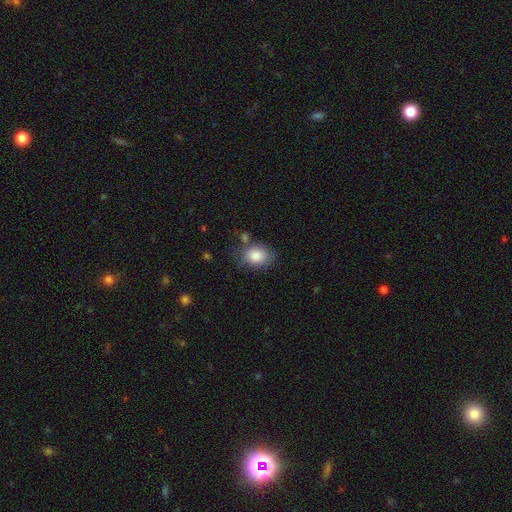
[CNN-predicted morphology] smooth-or-featured: smooth: 85% | star or artifact: 8% | featured or disk: 7%
  how-rounded: in between: 65% | round: 34% | cigar-shaped: 1%
  merging: none: 69% | minor disturbance: 19% | merger: 7% | major disturbance: 6%